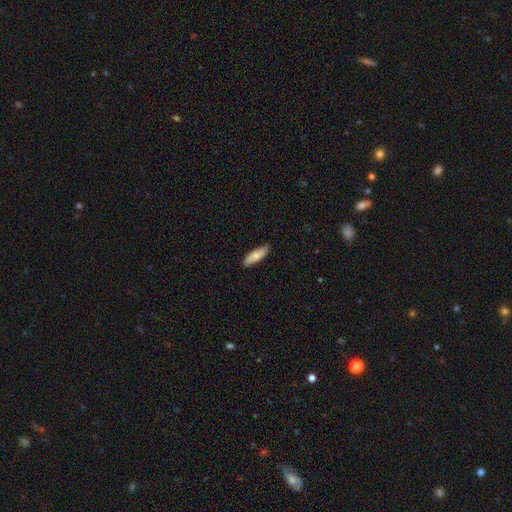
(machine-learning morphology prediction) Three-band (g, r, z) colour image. It shows a smooth galaxy with no disk features (77%) that is in between round and cigar-shaped (50%). Merging: none (86%).